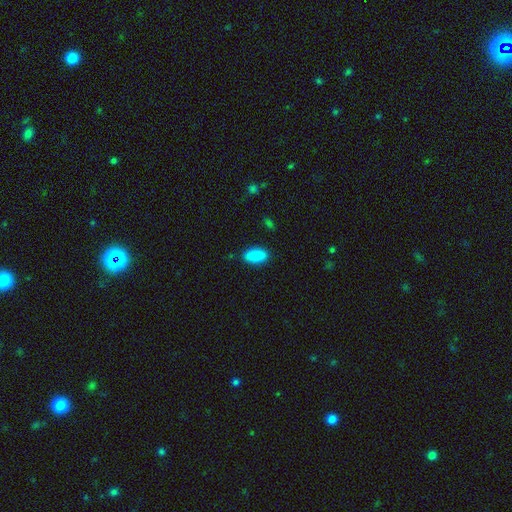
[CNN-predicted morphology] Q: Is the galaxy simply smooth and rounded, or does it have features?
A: smooth — 89%.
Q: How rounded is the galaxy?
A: in between — 88%.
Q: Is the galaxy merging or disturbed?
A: none — 86%.